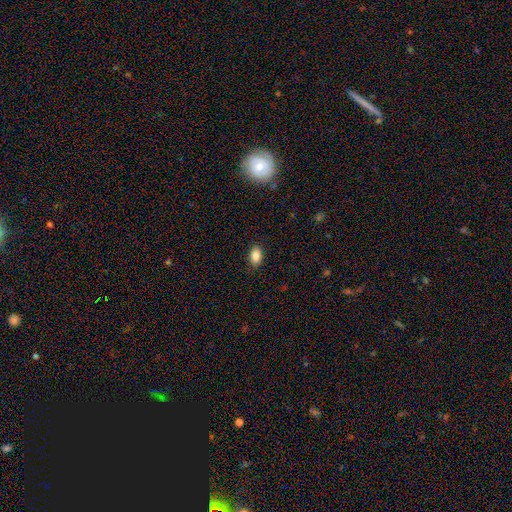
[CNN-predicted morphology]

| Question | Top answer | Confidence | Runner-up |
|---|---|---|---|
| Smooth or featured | smooth | 86% | star or artifact (9%) |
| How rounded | in between | 89% | round (9%) |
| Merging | none | 88% | minor disturbance (9%) |